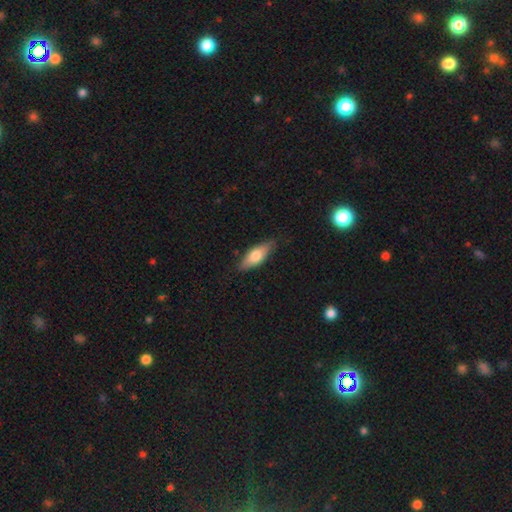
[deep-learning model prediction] Morphology: type=smooth (71%); roundness=in between (69%); merging=none (81%).